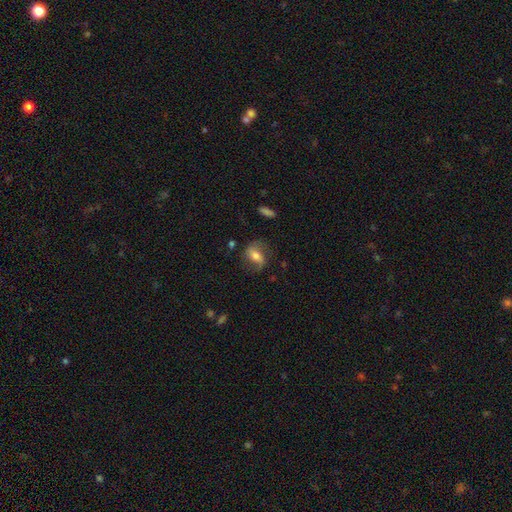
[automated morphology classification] type=featured or disk (58%); edge-on=no (94%); bar=weak (38%); spiral arms=yes (86%); bulge=moderate (62%); merging=none (67%).